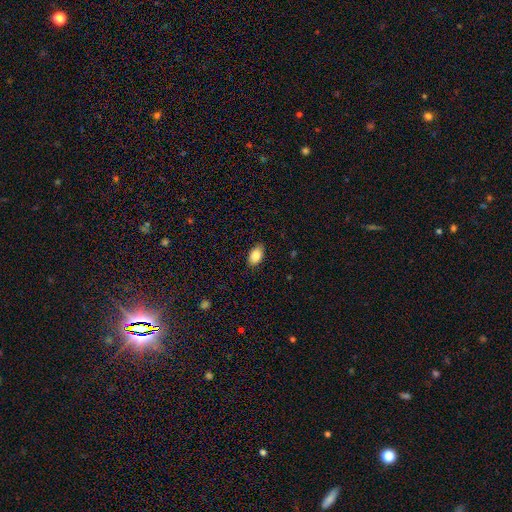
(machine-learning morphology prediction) Smooth or featured? smooth (87%)
How rounded? in between (90%)
Merging? none (86%)